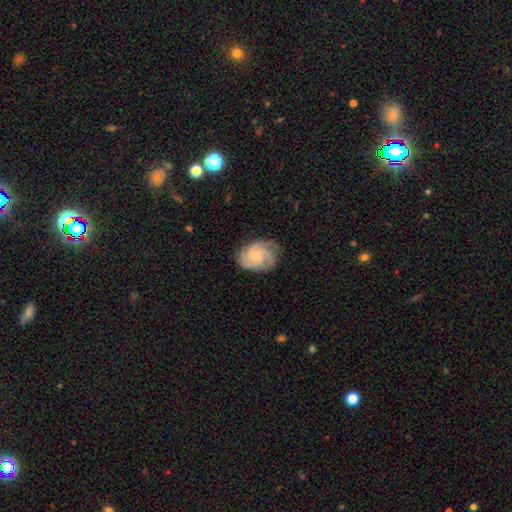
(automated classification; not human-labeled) Smooth or featured?
  - featured or disk: 76% *
  - smooth: 18%
  - star or artifact: 6%
Edge-on disk?
  - no: 98% *
  - yes: 2%
Bar?
  - no: 74% *
  - weak: 24%
  - strong: 3%
Spiral arms?
  - yes: 96% *
  - no: 4%
Spiral winding?
  - tight: 57% *
  - medium: 35%
  - loose: 8%
Spiral arm count?
  - 3: 40% *
  - can't tell: 20%
  - 4: 18%
  - 2: 12%
  - more than 4: 5%
  - 1: 5%
Bulge size?
  - small: 71% *
  - moderate: 21%
  - none: 5%
  - large: 1%
  - dominant: 1%
Merging?
  - none: 71% *
  - minor disturbance: 21%
  - major disturbance: 7%
  - merger: 1%